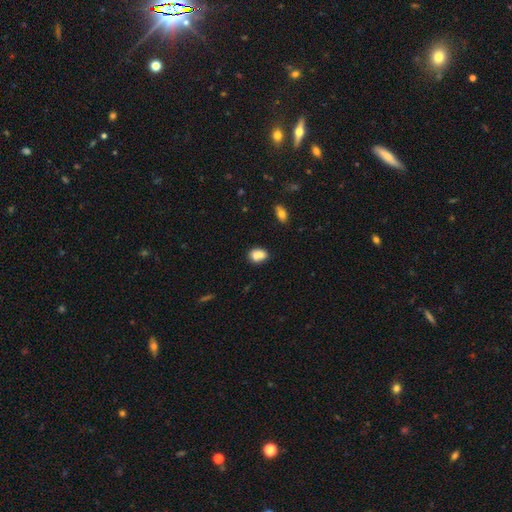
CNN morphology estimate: The model was most divided on "merging": merger: 45%, none: 37%, minor disturbance: 13%, major disturbance: 5%. More confident: smooth or featured — smooth (74%); how rounded — in between (59%).